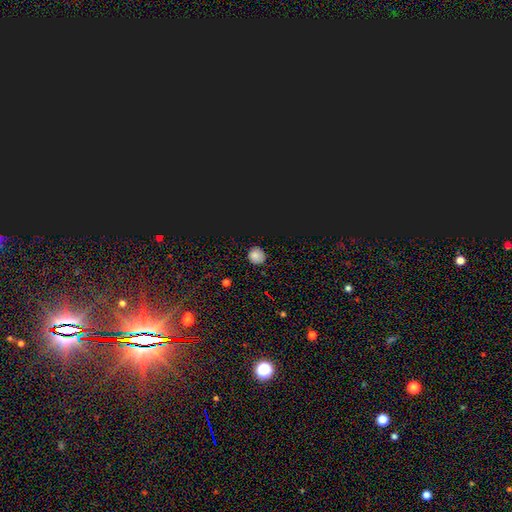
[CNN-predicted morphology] Smooth or featured? smooth (74%)
How rounded? round (92%)
Merging? none (87%)